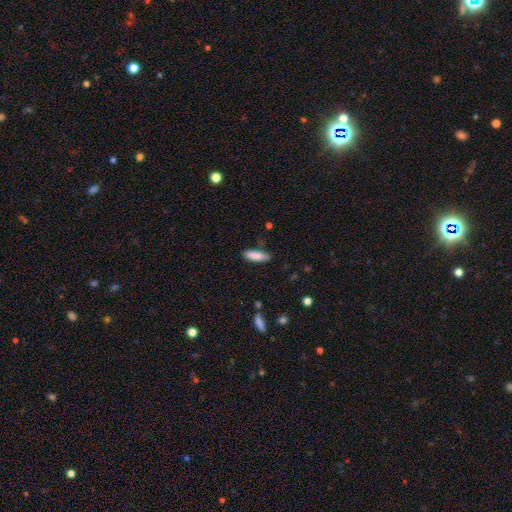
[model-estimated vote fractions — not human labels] smooth_or_featured: smooth (p=0.86) [alt: featured or disk p=0.07]
how_rounded: cigar-shaped (p=0.55) [alt: in between p=0.43]
merging: none (p=0.80) [alt: minor disturbance p=0.15]